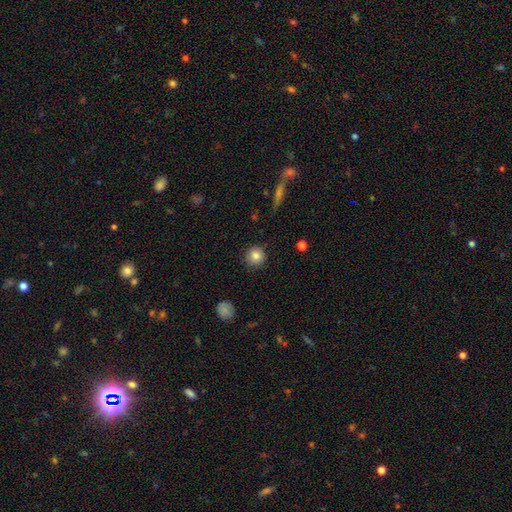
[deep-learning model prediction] Overall: smooth (84%). How rounded: round (94%). Merging: none (89%).